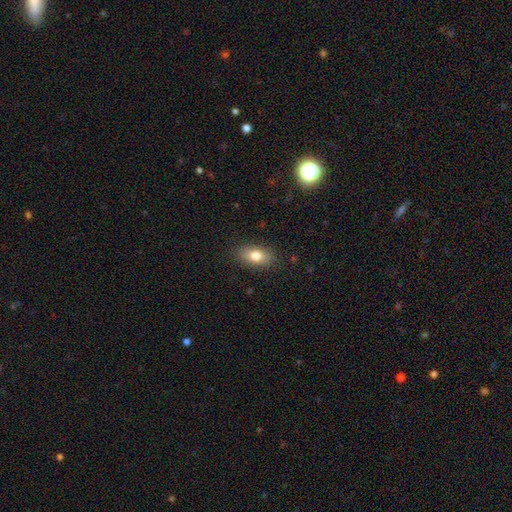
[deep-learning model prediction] smooth-or-featured: smooth: 79% | featured or disk: 13% | star or artifact: 8%
  how-rounded: in between: 86% | round: 9% | cigar-shaped: 5%
  merging: none: 87% | minor disturbance: 9% | major disturbance: 3% | merger: 1%